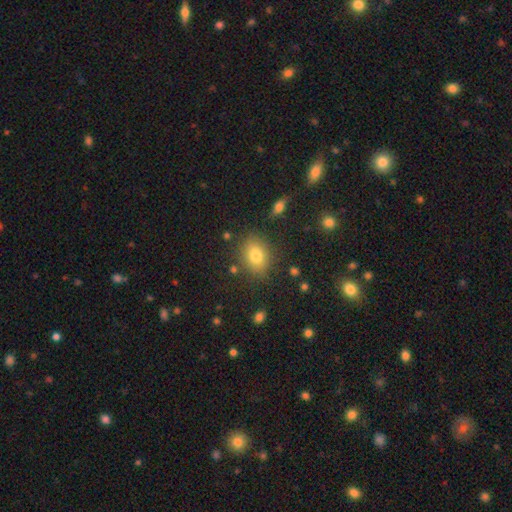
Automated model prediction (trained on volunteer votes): This appears to be a smooth galaxy with no disk features (77%) that is in between round and cigar-shaped (64%). Merging: none (84%).